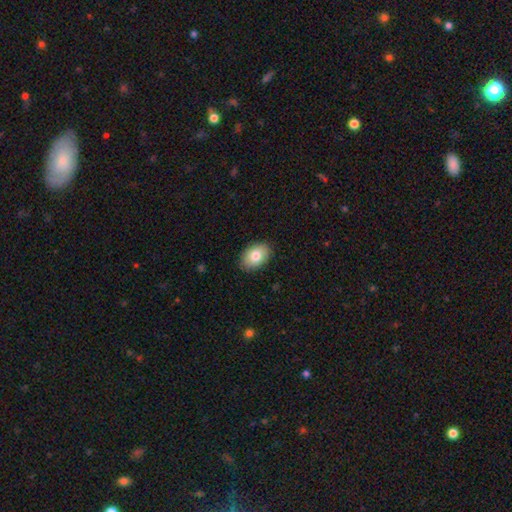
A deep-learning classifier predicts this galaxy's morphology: Smooth or featured?
  - smooth: 81% *
  - featured or disk: 12%
  - star or artifact: 7%
How rounded?
  - in between: 84% *
  - round: 15%
  - cigar-shaped: 1%
Merging?
  - none: 88% *
  - minor disturbance: 10%
  - major disturbance: 2%
  - merger: 1%